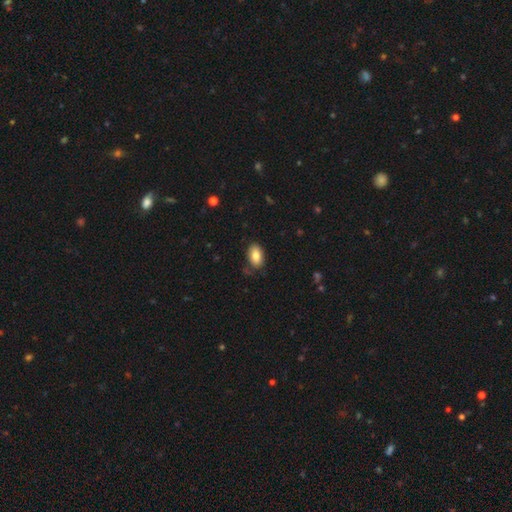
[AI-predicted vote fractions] A smooth galaxy with no disk features (83%) that is in between round and cigar-shaped (92%).

Vote fractions:
- Smooth or featured? smooth: 83% / featured or disk: 9% / star or artifact: 8%
- How rounded? in between: 92% / round: 6% / cigar-shaped: 2%
- Merging? none: 79% / minor disturbance: 16% / major disturbance: 3% / merger: 2%